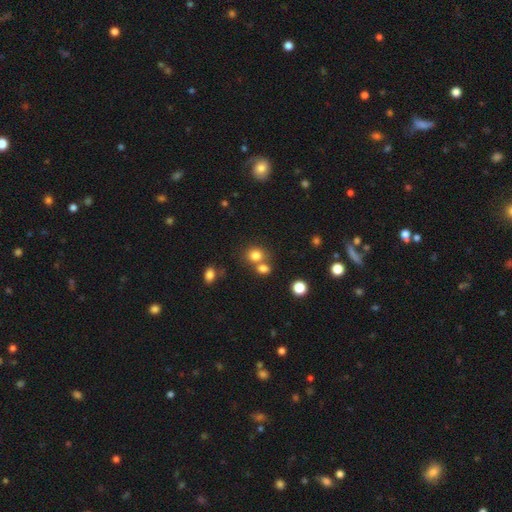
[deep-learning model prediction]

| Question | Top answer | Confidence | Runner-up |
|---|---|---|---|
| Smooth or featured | smooth | 79% | star or artifact (13%) |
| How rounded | round | 72% | in between (27%) |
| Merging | none | 51% | merger (36%) |